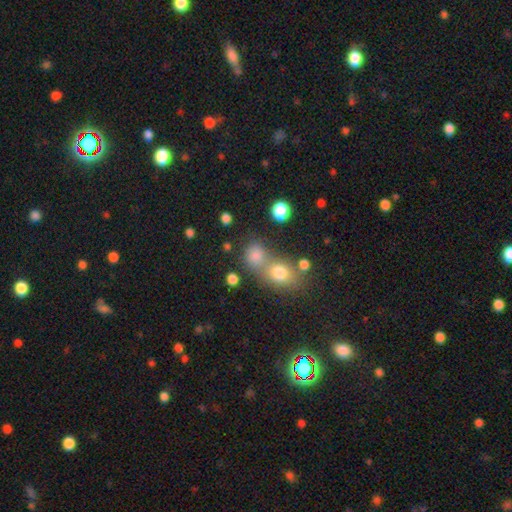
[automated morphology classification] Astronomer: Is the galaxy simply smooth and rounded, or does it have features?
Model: smooth — 76%.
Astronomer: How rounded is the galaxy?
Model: round — 65%.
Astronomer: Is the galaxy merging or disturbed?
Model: merger — 43% (runner-up: none, 42%).